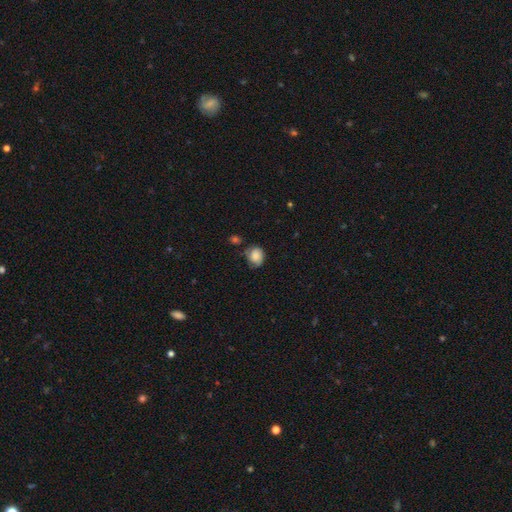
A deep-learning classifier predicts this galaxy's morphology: Q: Smooth or featured?
A: smooth (78%); runner-up: featured or disk (14%)
Q: How rounded?
A: round (59%); runner-up: in between (40%)
Q: Merging?
A: none (56%); runner-up: minor disturbance (29%)